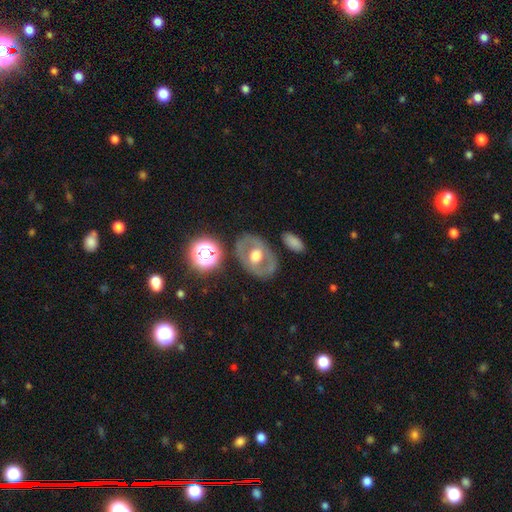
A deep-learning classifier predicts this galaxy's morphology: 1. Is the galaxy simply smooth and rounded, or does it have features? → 57% featured or disk, 35% smooth, 8% star or artifact.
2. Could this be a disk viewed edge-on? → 91% no, 9% yes.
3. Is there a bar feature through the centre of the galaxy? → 74% no, 18% weak, 7% strong.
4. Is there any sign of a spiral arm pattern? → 82% no, 18% yes.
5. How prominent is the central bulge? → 55% moderate, 36% large, 5% small, 3% dominant, 1% none.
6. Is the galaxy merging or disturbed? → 78% none, 13% minor disturbance, 6% major disturbance, 3% merger.